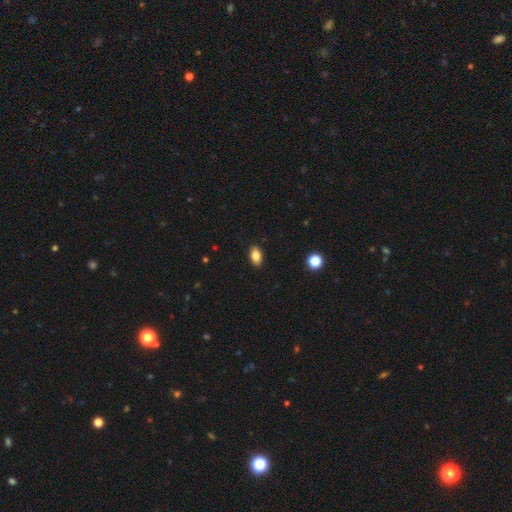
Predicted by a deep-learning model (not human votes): Overall: smooth (84%). How rounded: in between (90%). Merging: none (90%).